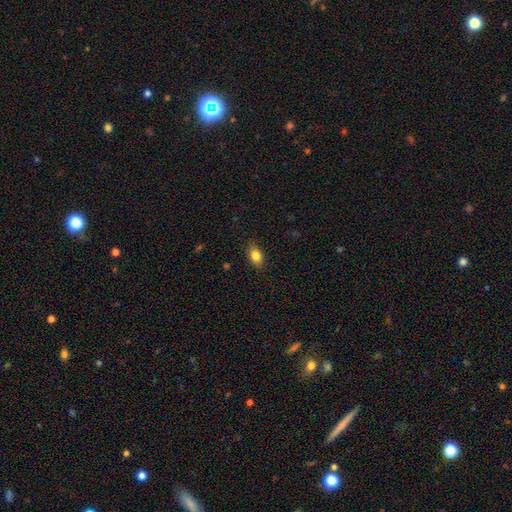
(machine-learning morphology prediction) A smooth galaxy with no disk features (83%) that is in between round and cigar-shaped (80%). Merging: none (82%).